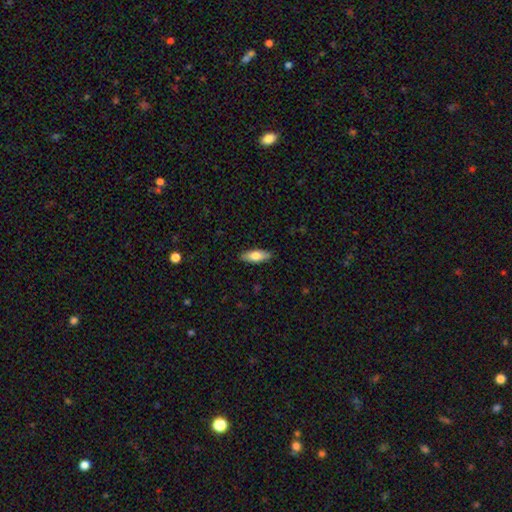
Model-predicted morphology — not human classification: Smooth or featured: smooth — 75% (featured or disk — 19%)
How rounded: in between — 70% (cigar-shaped — 28%)
Merging: none — 88% (minor disturbance — 9%)